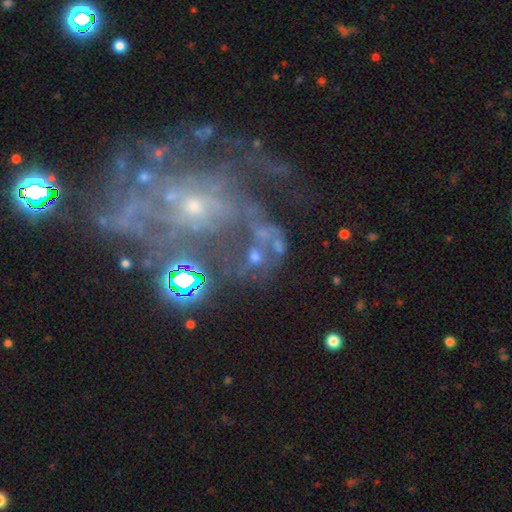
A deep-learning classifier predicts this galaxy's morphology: A featured or disk galaxy (41%). Merging: none (33%).